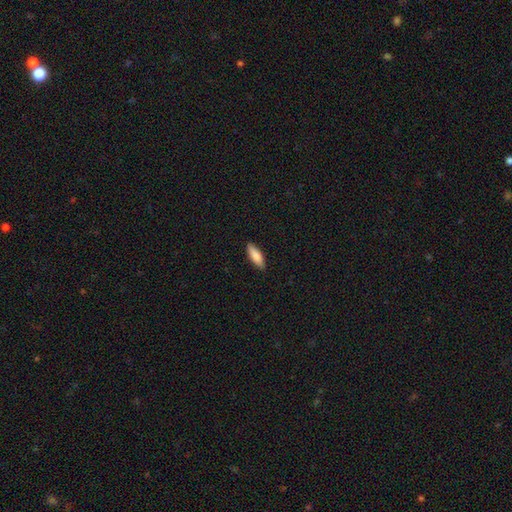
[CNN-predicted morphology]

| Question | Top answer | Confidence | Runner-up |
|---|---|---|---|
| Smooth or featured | smooth | 85% | featured or disk (9%) |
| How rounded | in between | 58% | cigar-shaped (40%) |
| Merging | none | 87% | minor disturbance (10%) |